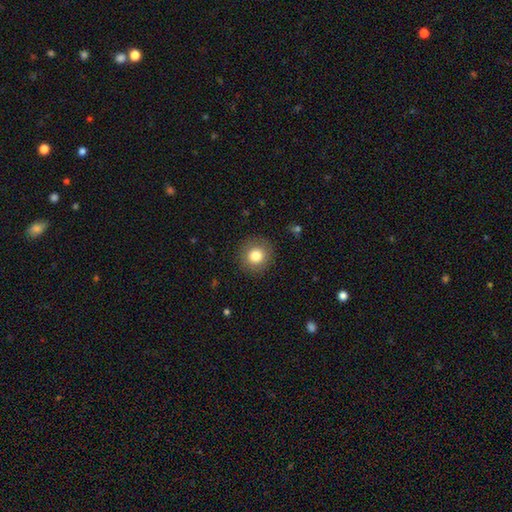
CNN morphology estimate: smooth 81%, star or artifact 10%, featured or disk 9%. Down the decision tree: how rounded — round (93%); merging — none (89%).